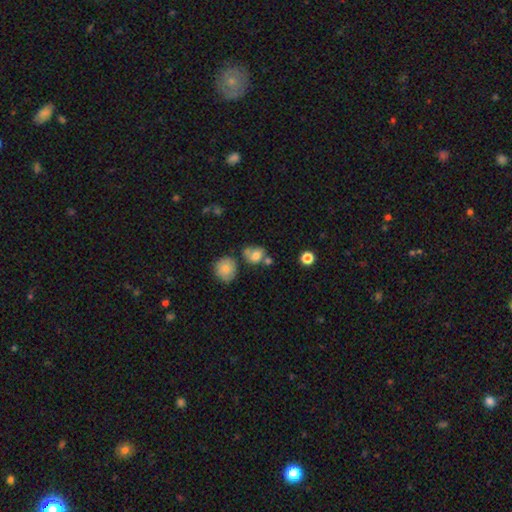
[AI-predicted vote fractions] This is likely a smooth galaxy (74%). How rounded: possibly round (54%). Merging: marginally none (45%).